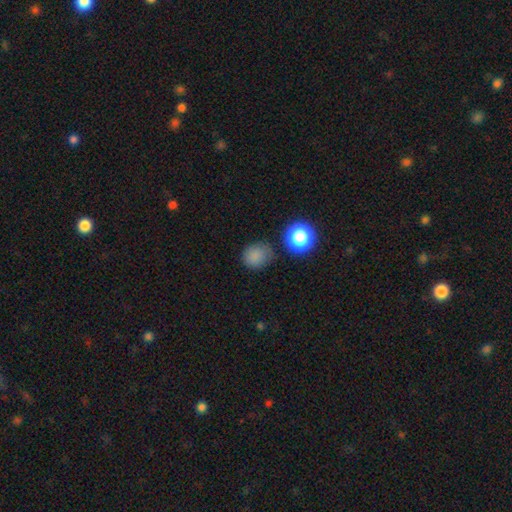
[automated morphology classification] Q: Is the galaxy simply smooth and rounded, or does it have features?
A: smooth — 79%.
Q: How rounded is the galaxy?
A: round — 78%.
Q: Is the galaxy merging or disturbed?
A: none — 75%.